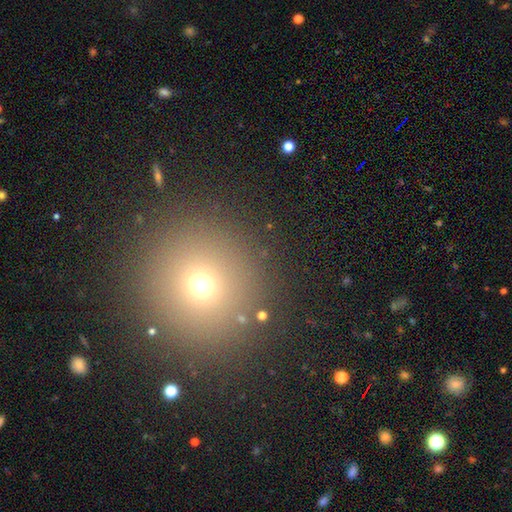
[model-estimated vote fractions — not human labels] Smooth or featured? smooth (62%)
How rounded? round (93%)
Merging? none (90%)